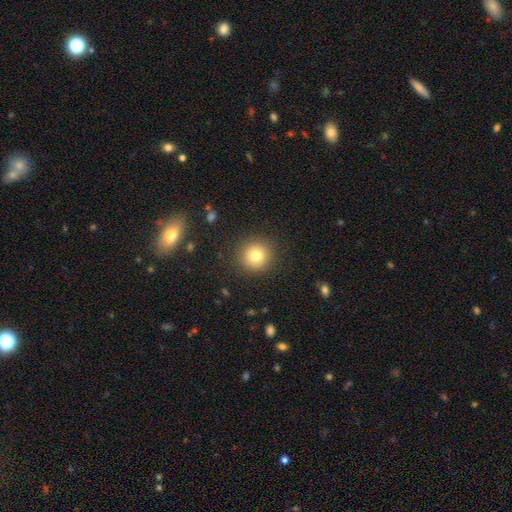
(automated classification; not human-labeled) Smooth or featured? Predicted: smooth (p=0.80). How rounded? Predicted: round (p=0.93). Merging? Predicted: none (p=0.89).